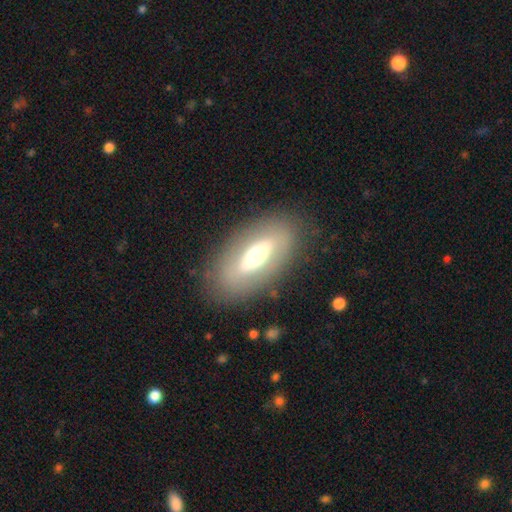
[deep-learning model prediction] This is possibly a featured or disk galaxy (50%). It is likely not viewed edge-on (76%). Merging: clearly none (84%).